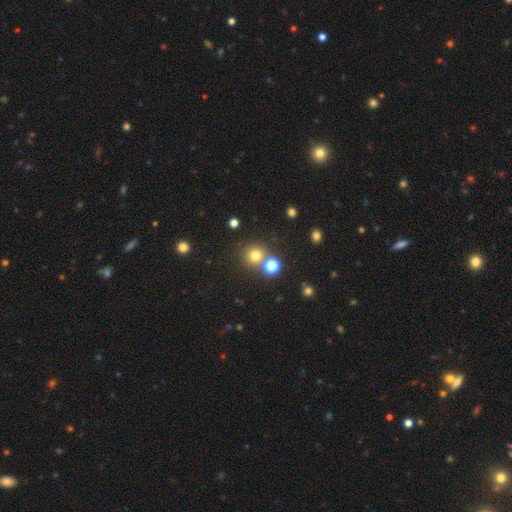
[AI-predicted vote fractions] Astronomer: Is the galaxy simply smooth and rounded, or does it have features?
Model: smooth — 74%.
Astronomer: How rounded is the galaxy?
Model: round — 92%.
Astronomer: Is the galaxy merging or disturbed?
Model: none — 72%.